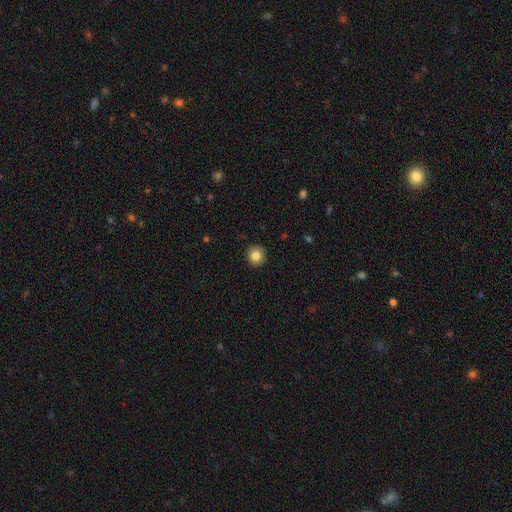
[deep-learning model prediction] Smooth or featured?
  - smooth: 83% *
  - star or artifact: 10%
  - featured or disk: 6%
How rounded?
  - round: 91% *
  - in between: 8%
  - cigar-shaped: 1%
Merging?
  - none: 92% *
  - minor disturbance: 6%
  - major disturbance: 2%
  - merger: 1%